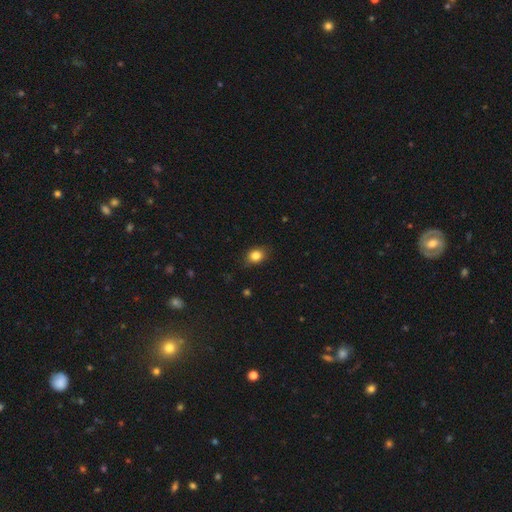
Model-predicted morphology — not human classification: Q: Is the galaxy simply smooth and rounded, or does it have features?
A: smooth — 83%.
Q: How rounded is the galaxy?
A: round — 51%.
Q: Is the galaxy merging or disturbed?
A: none — 80%.